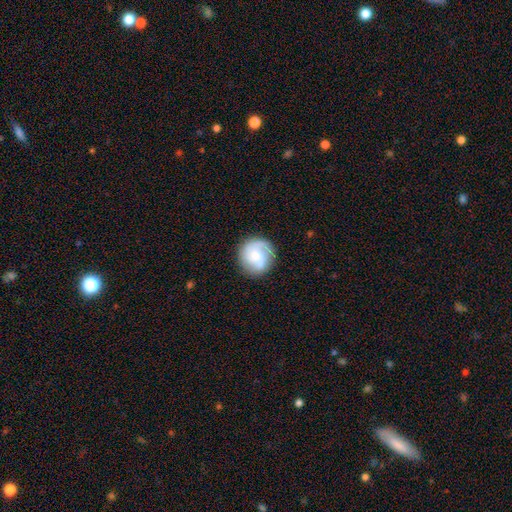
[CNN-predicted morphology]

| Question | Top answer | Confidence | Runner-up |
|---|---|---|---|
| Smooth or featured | featured or disk | 51% | smooth (42%) |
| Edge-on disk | no | 98% | yes (2%) |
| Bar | no | 67% | weak (28%) |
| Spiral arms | yes | 85% | no (15%) |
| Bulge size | small | 47% | moderate (34%) |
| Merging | none | 75% | minor disturbance (15%) |